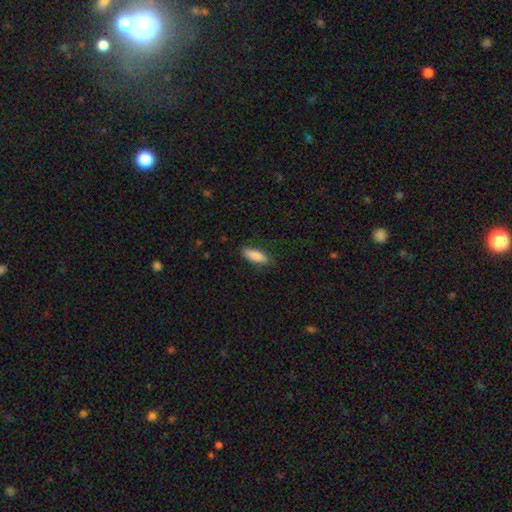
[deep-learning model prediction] Q: Smooth or featured?
A: smooth (87%); runner-up: featured or disk (7%)
Q: How rounded?
A: in between (63%); runner-up: cigar-shaped (35%)
Q: Merging?
A: none (82%); runner-up: minor disturbance (14%)